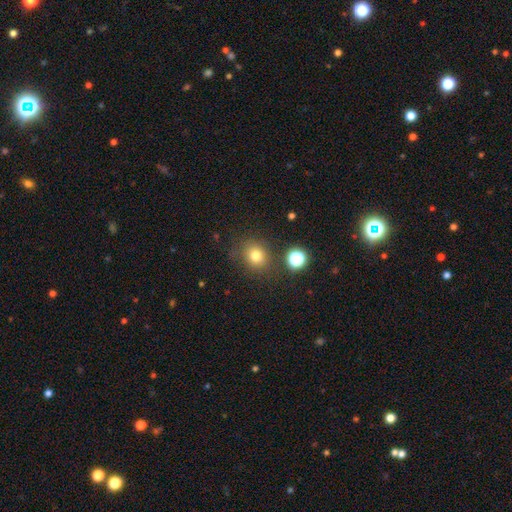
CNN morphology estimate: A smooth galaxy with no disk features (75%) that is round (76%).

Vote fractions:
- Smooth or featured? smooth: 75% / star or artifact: 16% / featured or disk: 8%
- How rounded? round: 76% / in between: 23% / cigar-shaped: 1%
- Merging? none: 79% / minor disturbance: 12% / merger: 5% / major disturbance: 5%